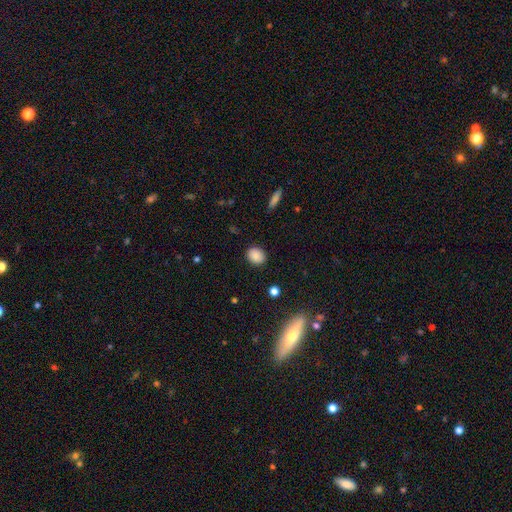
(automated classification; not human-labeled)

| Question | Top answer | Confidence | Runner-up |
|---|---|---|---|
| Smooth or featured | smooth | 86% | star or artifact (9%) |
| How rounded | round | 51% | in between (48%) |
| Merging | none | 88% | minor disturbance (8%) |